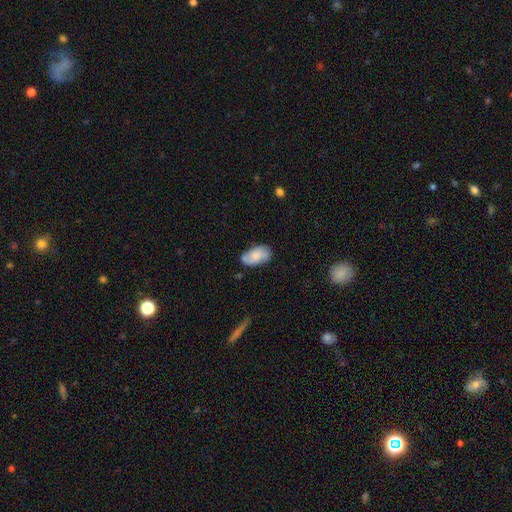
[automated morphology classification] Smooth or featured? Predicted: smooth (p=0.68). How rounded? Predicted: in between (p=0.94). Merging? Predicted: none (p=0.68).